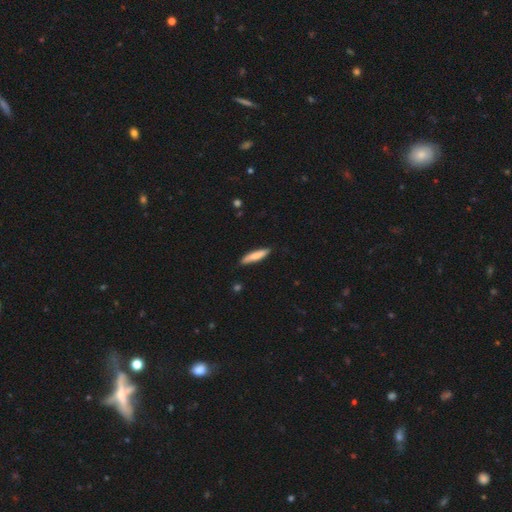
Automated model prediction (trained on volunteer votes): Overall: smooth (76%). How rounded: cigar-shaped (82%). Merging: none (84%).